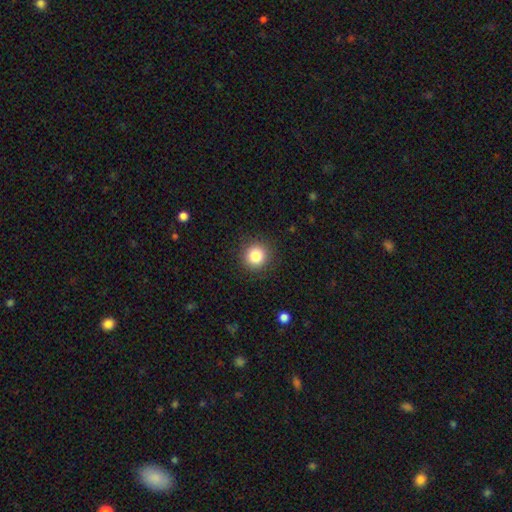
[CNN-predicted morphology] Smooth or featured? Predicted: smooth (p=0.83). How rounded? Predicted: round (p=0.93). Merging? Predicted: none (p=0.90).